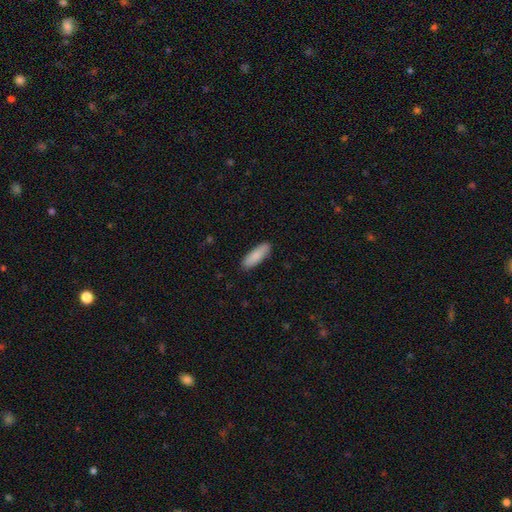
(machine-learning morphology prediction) Q: Smooth or featured?
A: smooth (87%); runner-up: featured or disk (8%)
Q: How rounded?
A: in between (51%); runner-up: cigar-shaped (48%)
Q: Merging?
A: none (89%); runner-up: minor disturbance (9%)